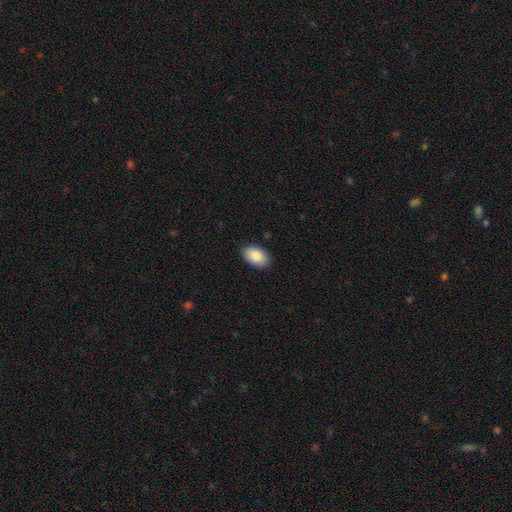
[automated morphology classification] The model was most divided on "merging": none: 89%, minor disturbance: 8%, major disturbance: 2%, merger: 1%. More confident: how rounded — in between (93%); smooth or featured — smooth (88%).